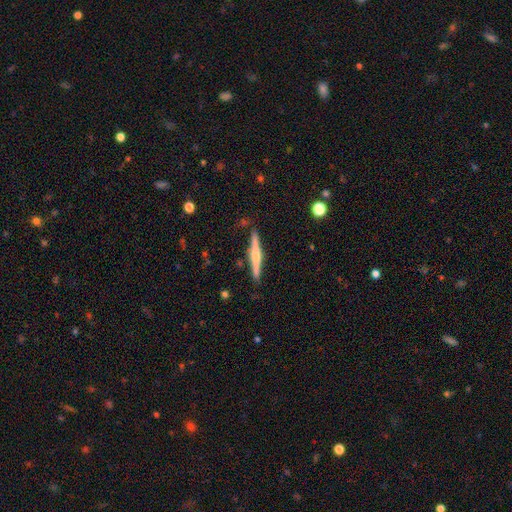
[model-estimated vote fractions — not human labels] Smooth or featured? Predicted: featured or disk (p=0.61). Edge-on disk? Predicted: yes (p=0.98). Edge-on bulge? Predicted: rounded (p=0.75). Merging? Predicted: none (p=0.87).